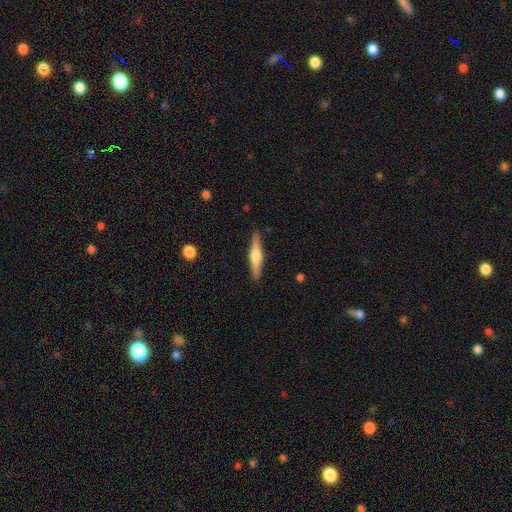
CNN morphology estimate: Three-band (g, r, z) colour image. It shows a featured or disk galaxy (56%) viewed edge-on (96%) with a rounded central bulge (88%). Merging: none (88%).